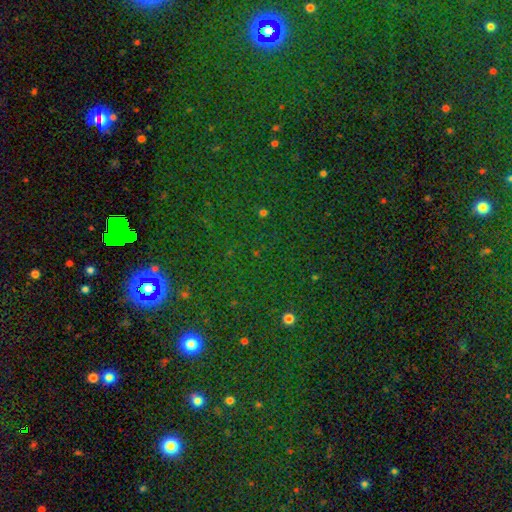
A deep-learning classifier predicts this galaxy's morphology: Overall: star or artifact (77%).